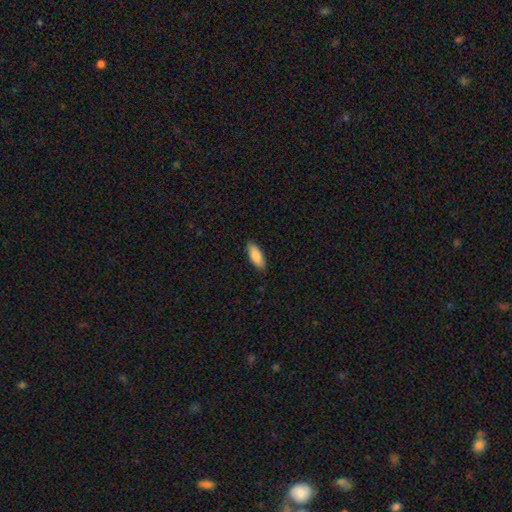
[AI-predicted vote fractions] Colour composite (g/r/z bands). It shows a smooth galaxy with no disk features (85%) that is in between round and cigar-shaped (78%). Merging: none (87%).